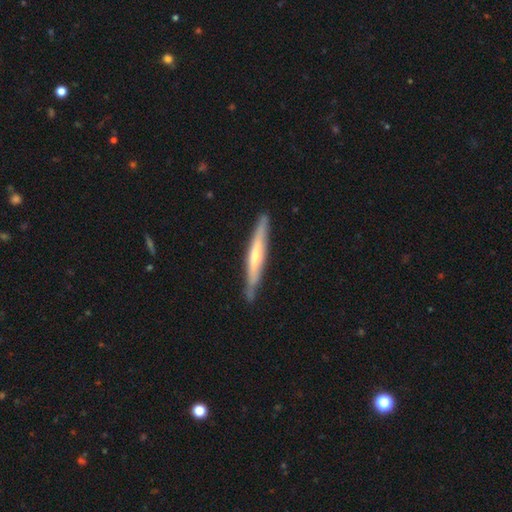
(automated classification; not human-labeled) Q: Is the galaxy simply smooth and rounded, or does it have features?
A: featured or disk — 59%.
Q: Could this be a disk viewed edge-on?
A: yes — 93%.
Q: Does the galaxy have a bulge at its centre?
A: rounded — 58%.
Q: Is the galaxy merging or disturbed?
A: none — 85%.